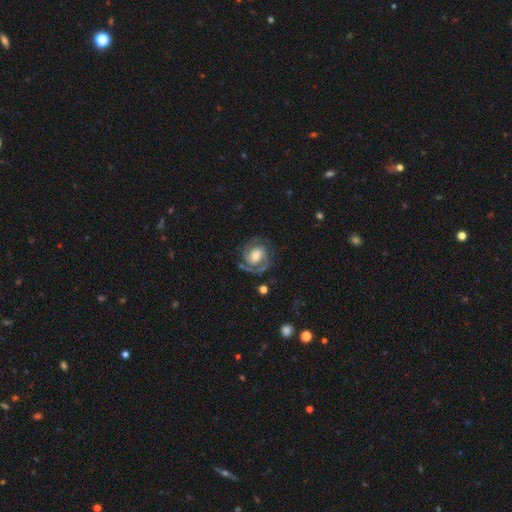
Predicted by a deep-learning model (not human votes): Smooth or featured? featured or disk (85%)
Edge-on disk? no (98%)
Bar? no (59%)
Spiral arms? yes (96%)
Spiral winding? tight (55%)
Spiral arm count? 2 (80%)
Bulge size? moderate (54%)
Merging? none (76%)